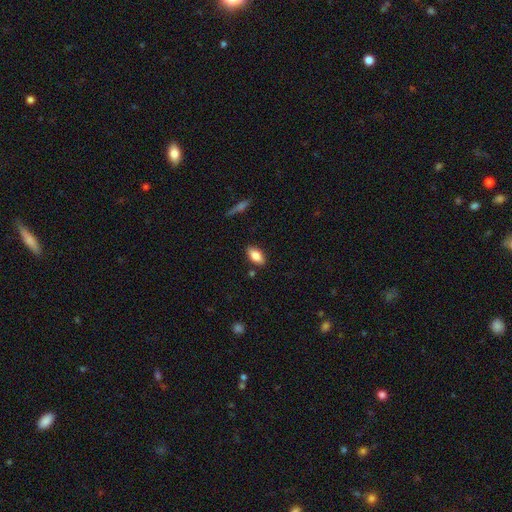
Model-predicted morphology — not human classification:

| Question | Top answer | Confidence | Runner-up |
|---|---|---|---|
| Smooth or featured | smooth | 80% | featured or disk (13%) |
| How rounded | in between | 89% | cigar-shaped (8%) |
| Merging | none | 85% | minor disturbance (10%) |